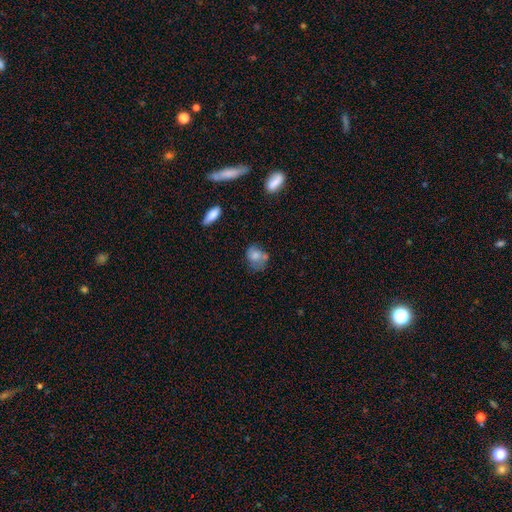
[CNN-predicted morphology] smooth 67%, featured or disk 23%, star or artifact 10%. Down the decision tree: how rounded — in between (58%); merging — none (39%).